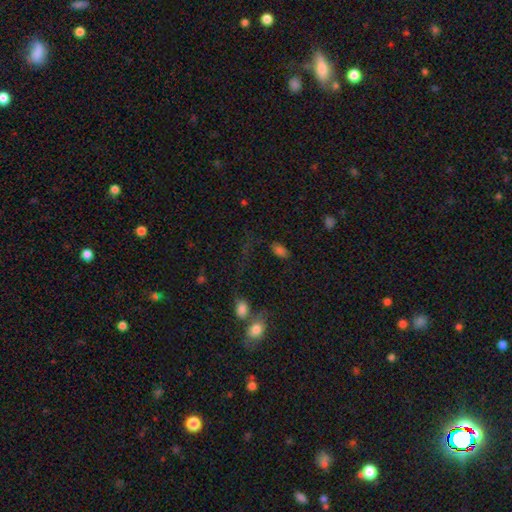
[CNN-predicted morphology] The model was most divided on "smooth or featured": star or artifact: 46%, smooth: 38%, featured or disk: 16%.